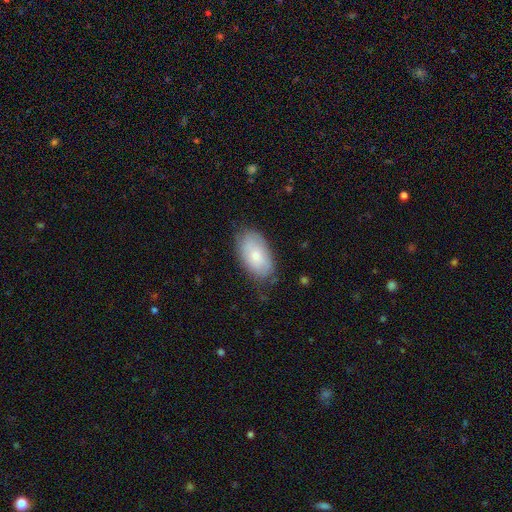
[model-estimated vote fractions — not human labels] Smooth or featured: smooth — 65% (featured or disk — 28%)
How rounded: in between — 93% (round — 5%)
Merging: none — 73% (minor disturbance — 21%)